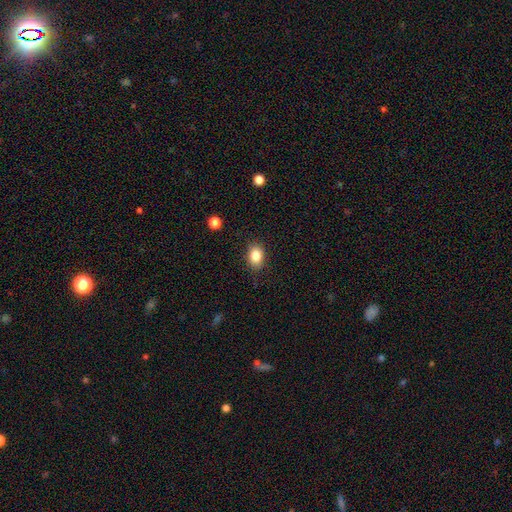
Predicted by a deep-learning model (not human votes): A smooth galaxy with no disk features (85%) that is in between round and cigar-shaped (72%). Merging: none (87%).